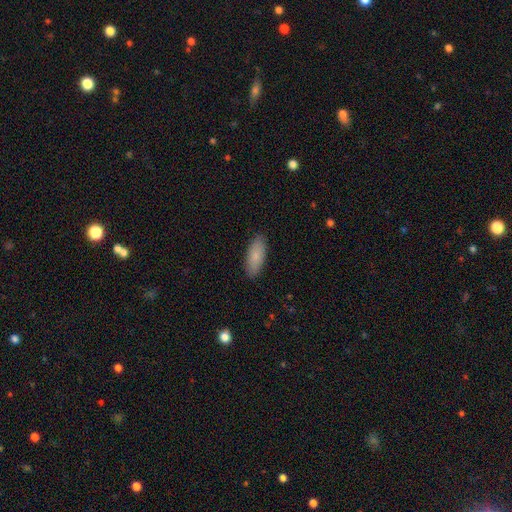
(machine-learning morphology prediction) The model was most divided on "how rounded": in between: 75%, cigar-shaped: 23%, round: 2%. More confident: merging — none (88%); smooth or featured — smooth (85%).